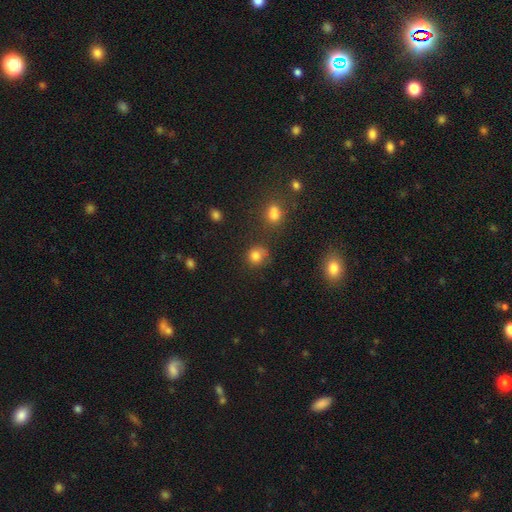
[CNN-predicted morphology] smooth-or-featured: smooth: 80% | star or artifact: 13% | featured or disk: 7%
  how-rounded: round: 83% | in between: 16% | cigar-shaped: 1%
  merging: none: 63% | minor disturbance: 20% | major disturbance: 8% | merger: 8%